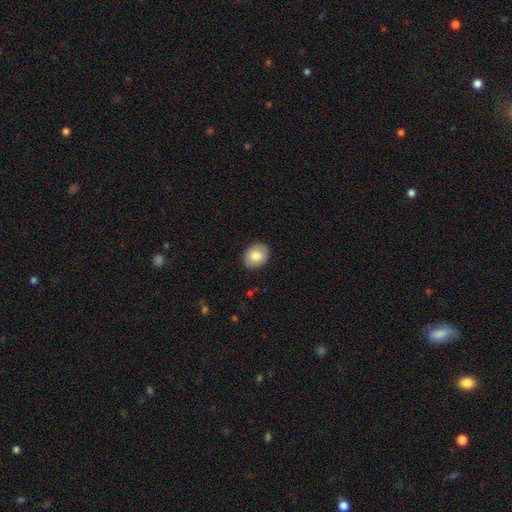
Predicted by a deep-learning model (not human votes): This is likely a smooth galaxy (80%). How rounded: possibly in between (58%). Merging: clearly none (89%).